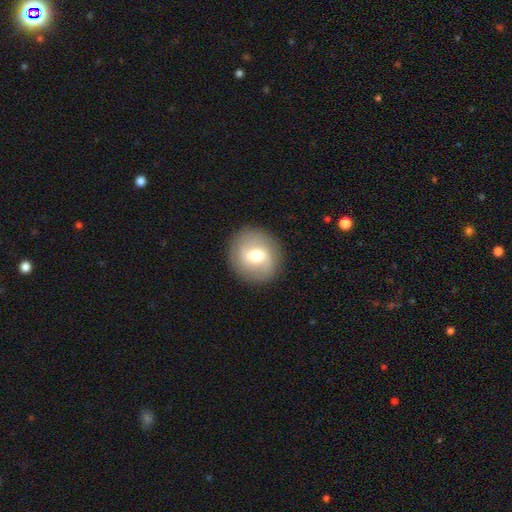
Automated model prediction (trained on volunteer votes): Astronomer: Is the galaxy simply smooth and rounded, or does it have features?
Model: smooth — 56% (runner-up: featured or disk, 36%).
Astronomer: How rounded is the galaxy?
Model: round — 88%.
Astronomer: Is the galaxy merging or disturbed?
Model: none — 89%.